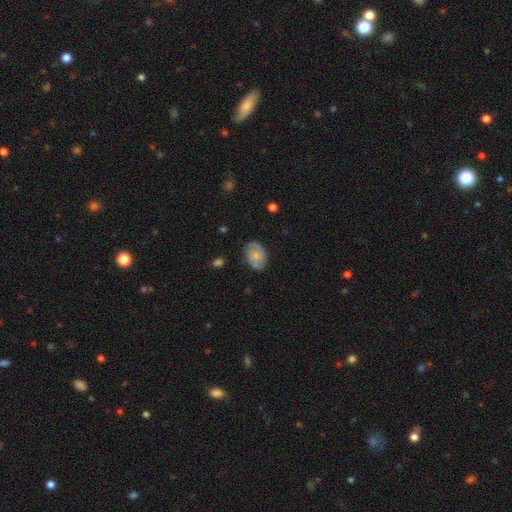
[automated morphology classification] Q: Smooth or featured?
A: smooth (51%); runner-up: featured or disk (42%)
Q: How rounded?
A: in between (81%); runner-up: round (18%)
Q: Merging?
A: none (77%); runner-up: minor disturbance (17%)